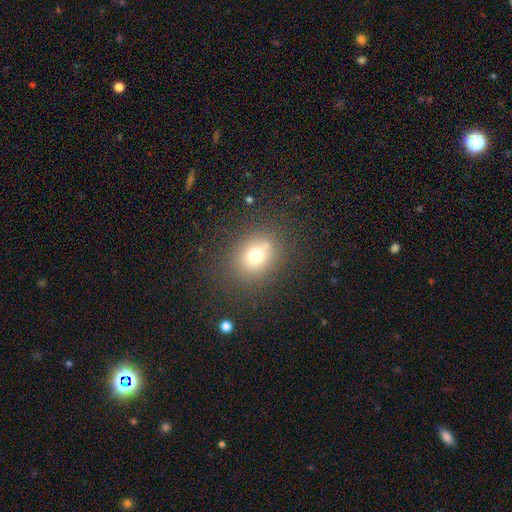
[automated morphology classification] Smooth or featured? Predicted: smooth (p=0.70). How rounded? Predicted: round (p=0.66). Merging? Predicted: none (p=0.76).